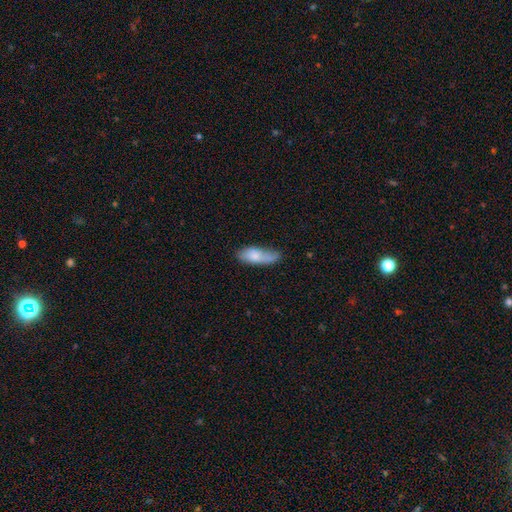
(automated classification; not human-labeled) Smooth or featured? smooth (76%)
How rounded? in between (71%)
Merging? none (47%)